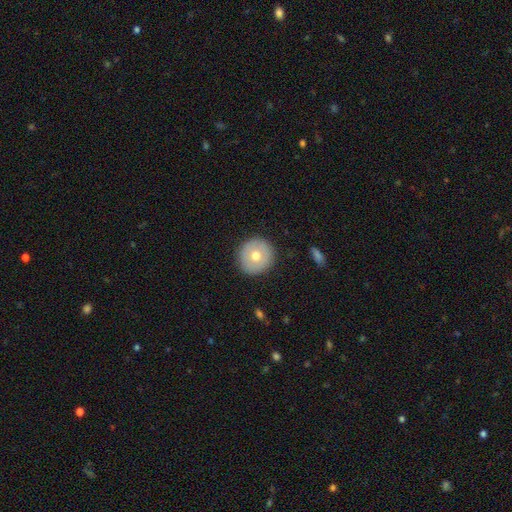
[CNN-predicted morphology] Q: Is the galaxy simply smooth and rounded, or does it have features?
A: smooth — 66%.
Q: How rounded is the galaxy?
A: round — 93%.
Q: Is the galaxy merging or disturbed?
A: none — 91%.